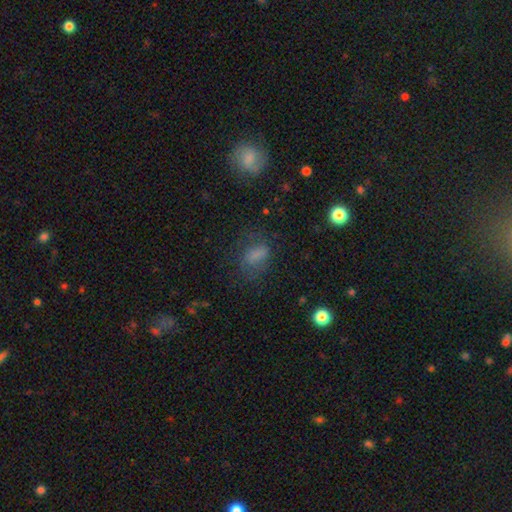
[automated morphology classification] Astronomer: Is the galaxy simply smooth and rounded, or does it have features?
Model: smooth — 70%.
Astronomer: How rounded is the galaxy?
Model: in between — 77%.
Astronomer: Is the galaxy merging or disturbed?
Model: none — 56%.